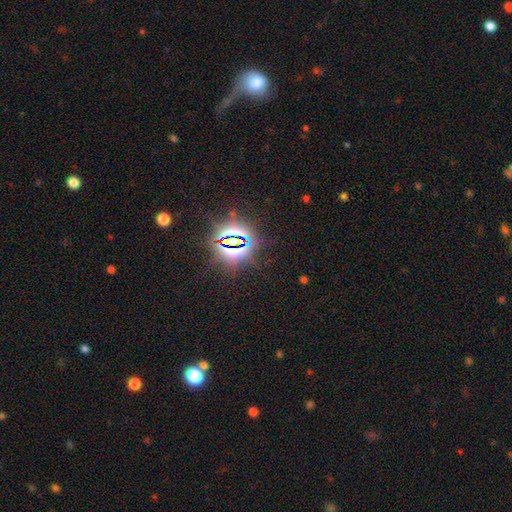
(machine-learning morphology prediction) type=star or artifact (81%).